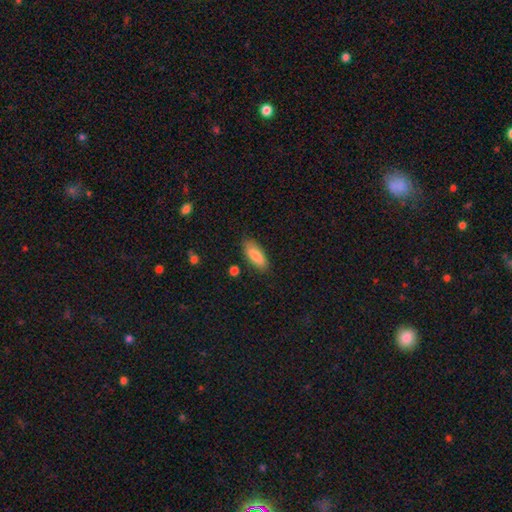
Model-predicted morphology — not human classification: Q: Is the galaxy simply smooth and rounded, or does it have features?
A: smooth — 86%.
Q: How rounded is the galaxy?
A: in between — 73%.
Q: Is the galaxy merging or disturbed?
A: none — 83%.